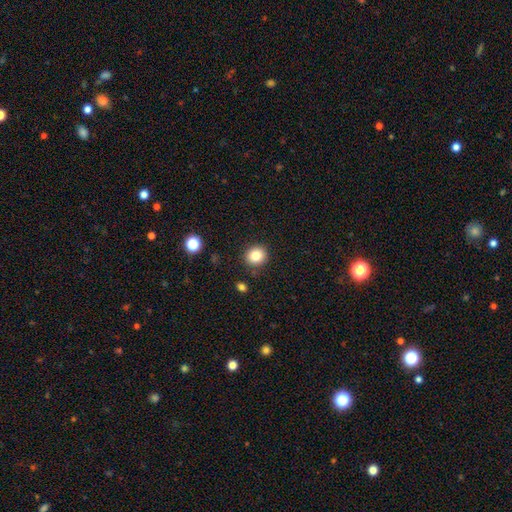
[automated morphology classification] smooth_or_featured: smooth (p=0.83) [alt: star or artifact p=0.10]
how_rounded: round (p=0.87) [alt: in between p=0.12]
merging: none (p=0.89) [alt: minor disturbance p=0.07]